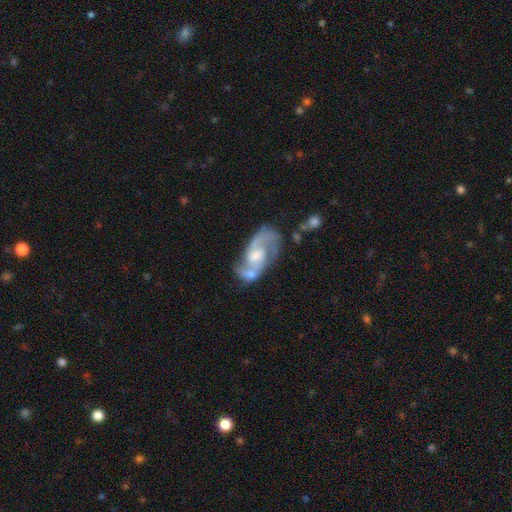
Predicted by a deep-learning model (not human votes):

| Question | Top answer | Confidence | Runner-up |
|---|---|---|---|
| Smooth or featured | featured or disk | 86% | smooth (9%) |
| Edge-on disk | no | 96% | yes (4%) |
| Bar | weak | 47% | no (41%) |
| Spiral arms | yes | 95% | no (5%) |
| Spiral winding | medium | 53% | loose (29%) |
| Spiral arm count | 2 | 85% | can't tell (6%) |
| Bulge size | moderate | 49% | small (31%) |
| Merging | none | 46% | merger (22%) |